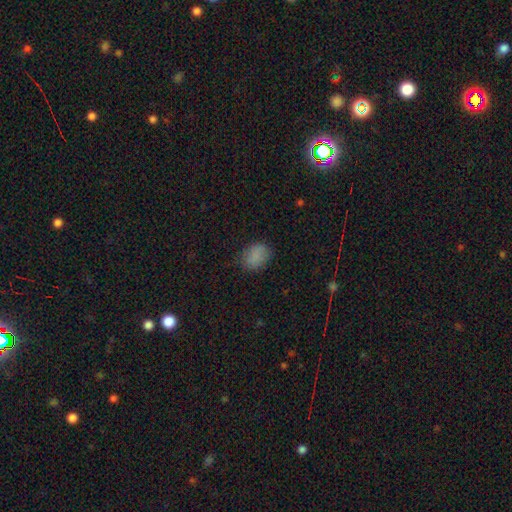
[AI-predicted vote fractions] This is clearly a smooth galaxy (83%). How rounded: likely in between (66%). Merging: likely none (78%).